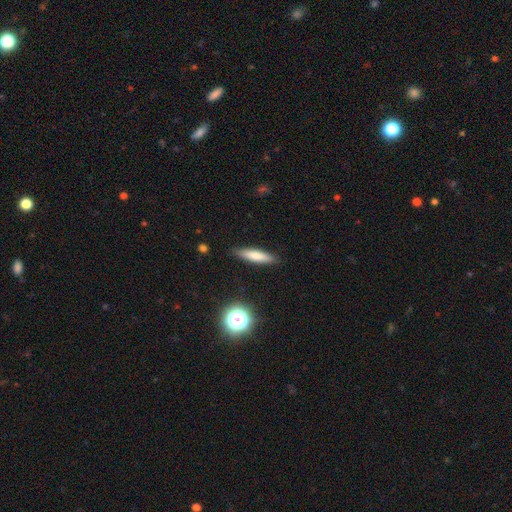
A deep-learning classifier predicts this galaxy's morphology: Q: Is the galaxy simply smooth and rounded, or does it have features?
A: smooth — 71%.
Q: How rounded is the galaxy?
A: cigar-shaped — 79%.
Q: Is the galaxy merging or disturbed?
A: none — 87%.